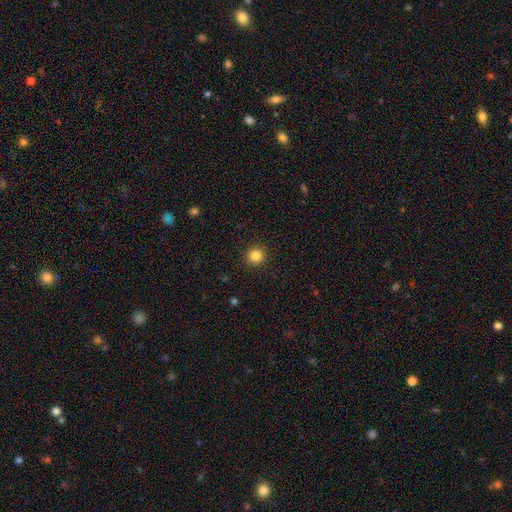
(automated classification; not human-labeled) A smooth galaxy with no disk features (84%) that is round (92%). Merging: none (92%).